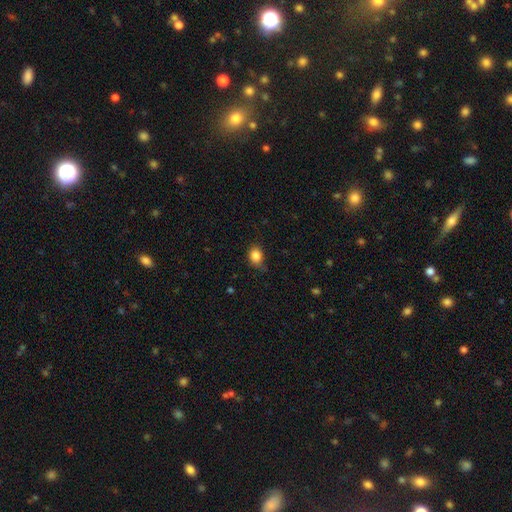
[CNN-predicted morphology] Q: Smooth or featured?
A: smooth (85%); runner-up: star or artifact (10%)
Q: How rounded?
A: in between (51%); runner-up: round (48%)
Q: Merging?
A: none (69%); runner-up: minor disturbance (25%)